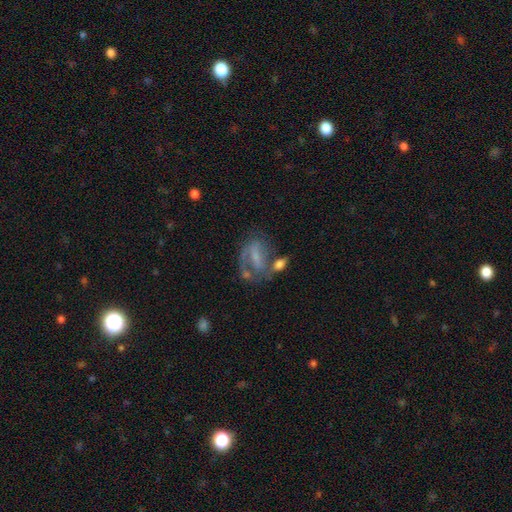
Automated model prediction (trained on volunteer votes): Morphology: type=featured or disk (59%); edge-on=no (94%); bar=weak (36%); spiral arms=yes (61%); bulge=small (40%); merging=none (39%).